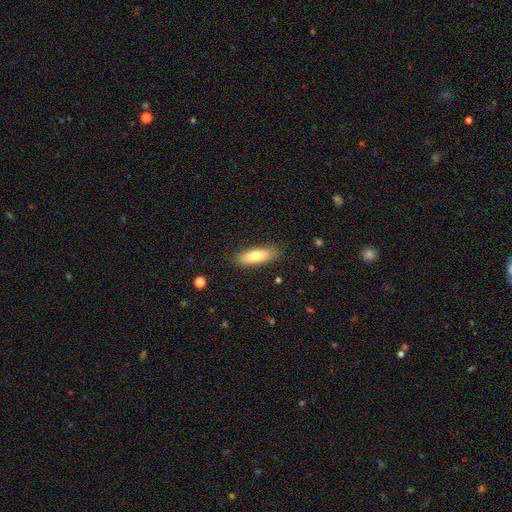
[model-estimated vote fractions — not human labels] Overall: smooth (76%). How rounded: cigar-shaped (51%; in between 47%). Merging: none (87%).